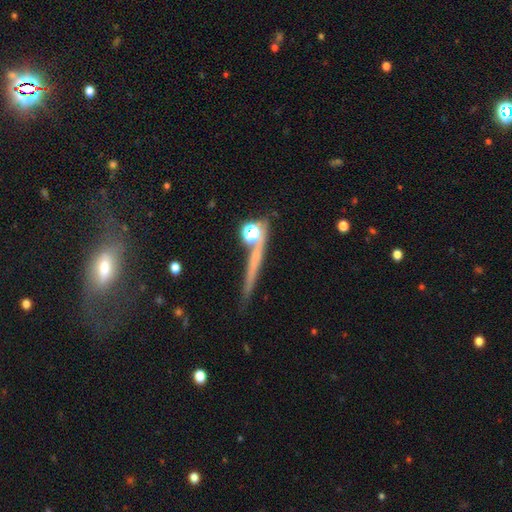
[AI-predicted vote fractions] Q: Smooth or featured?
A: smooth (42%); tied with: featured or disk (42%)
Q: Merging?
A: none (74%); runner-up: minor disturbance (12%)